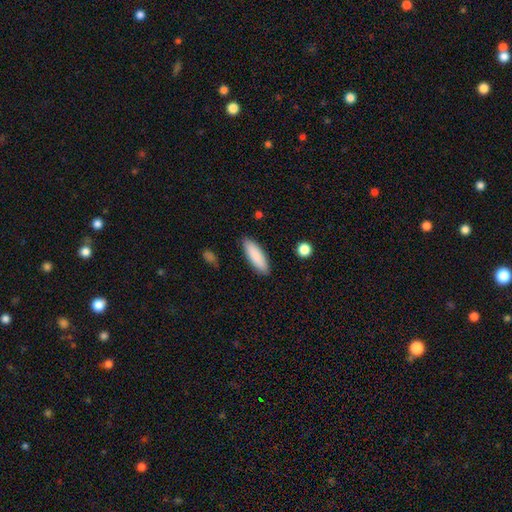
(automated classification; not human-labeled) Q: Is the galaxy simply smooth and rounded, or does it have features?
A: smooth — 88%.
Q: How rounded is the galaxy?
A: in between — 54%.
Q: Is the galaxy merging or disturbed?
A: none — 88%.